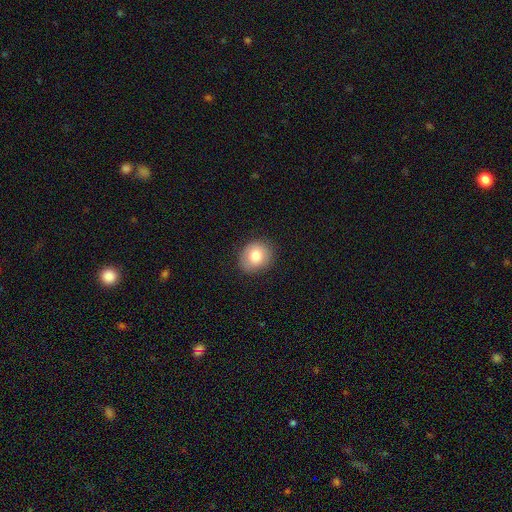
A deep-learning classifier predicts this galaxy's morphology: Smooth or featured? smooth (79%)
How rounded? round (71%)
Merging? none (86%)